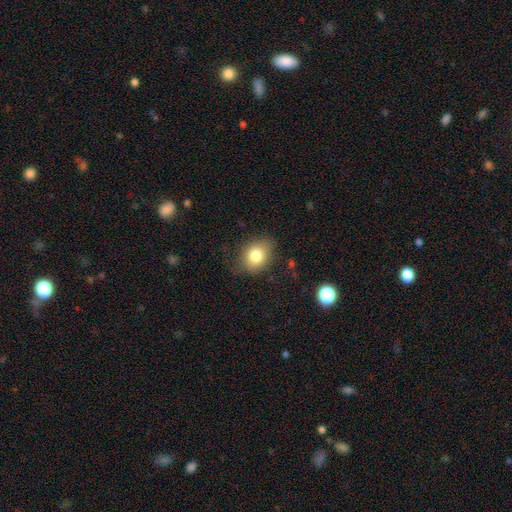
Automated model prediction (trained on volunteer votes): Smooth or featured?
  - smooth: 80% *
  - featured or disk: 11%
  - star or artifact: 10%
How rounded?
  - in between: 59% *
  - round: 40%
  - cigar-shaped: 1%
Merging?
  - none: 74% *
  - minor disturbance: 19%
  - major disturbance: 5%
  - merger: 1%